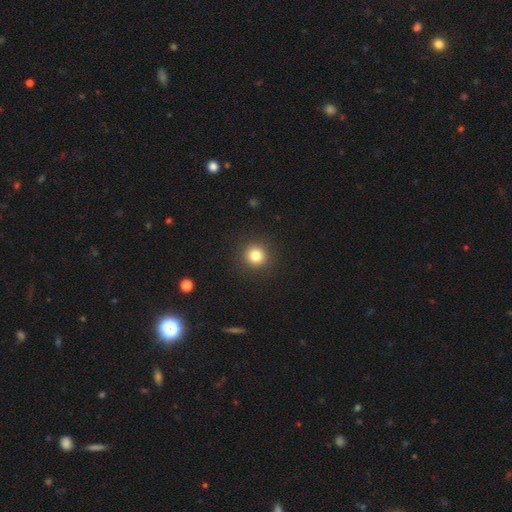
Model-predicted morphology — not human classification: smooth 81%, star or artifact 12%, featured or disk 6%. Down the decision tree: how rounded — round (94%); merging — none (92%).